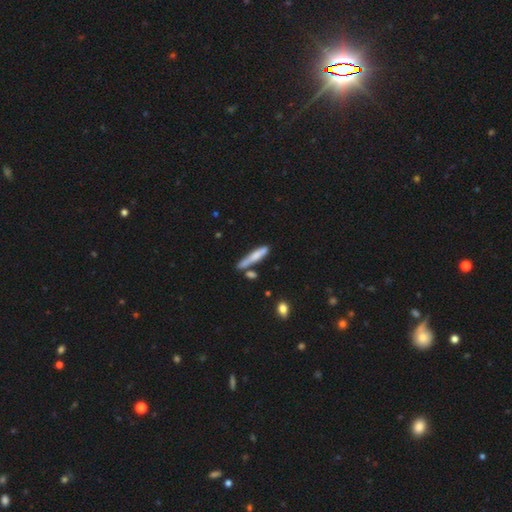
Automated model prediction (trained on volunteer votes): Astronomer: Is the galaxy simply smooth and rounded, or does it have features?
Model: smooth — 69%.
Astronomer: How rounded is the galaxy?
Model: cigar-shaped — 91%.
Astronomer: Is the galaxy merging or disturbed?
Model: none — 63%.